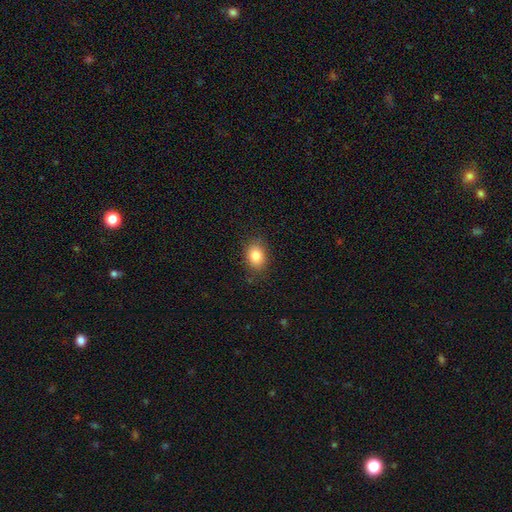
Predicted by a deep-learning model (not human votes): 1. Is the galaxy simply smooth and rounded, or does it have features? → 83% smooth, 9% star or artifact, 8% featured or disk.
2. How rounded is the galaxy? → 63% in between, 36% round, 1% cigar-shaped.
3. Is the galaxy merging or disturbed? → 84% none, 12% minor disturbance, 3% major disturbance, 1% merger.